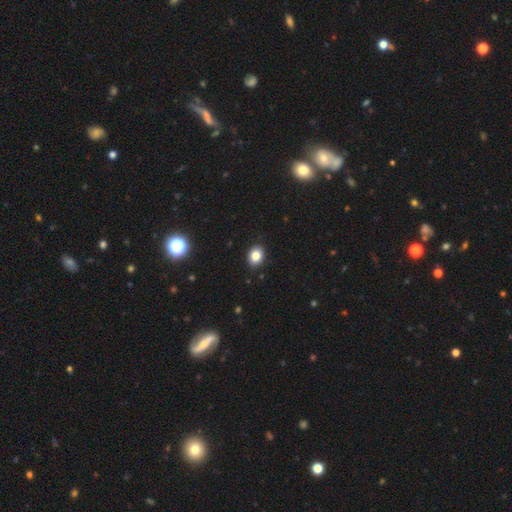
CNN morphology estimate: The model was most divided on "how rounded": in between: 57%, round: 42%, cigar-shaped: 1%. More confident: merging — none (90%); smooth or featured — smooth (84%).